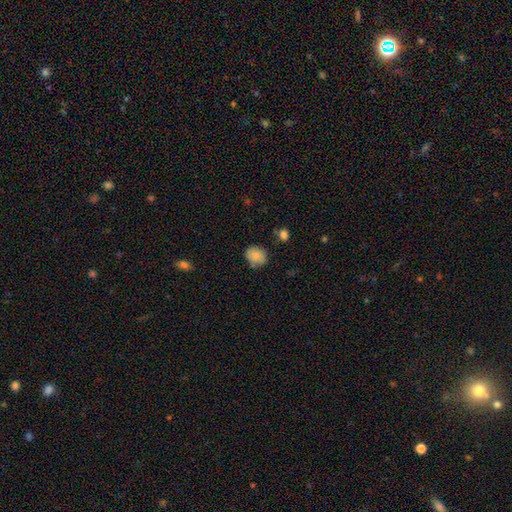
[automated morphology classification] type=smooth (84%); roundness=round (69%); merging=none (77%).